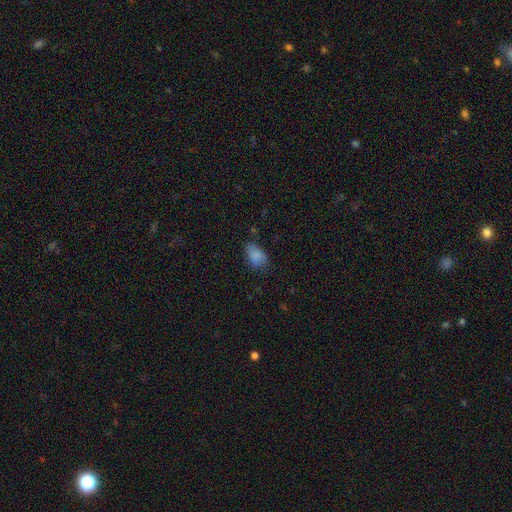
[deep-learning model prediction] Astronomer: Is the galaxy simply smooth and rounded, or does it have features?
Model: smooth — 81%.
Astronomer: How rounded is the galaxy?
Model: in between — 88%.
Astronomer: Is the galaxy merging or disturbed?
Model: none — 58%.